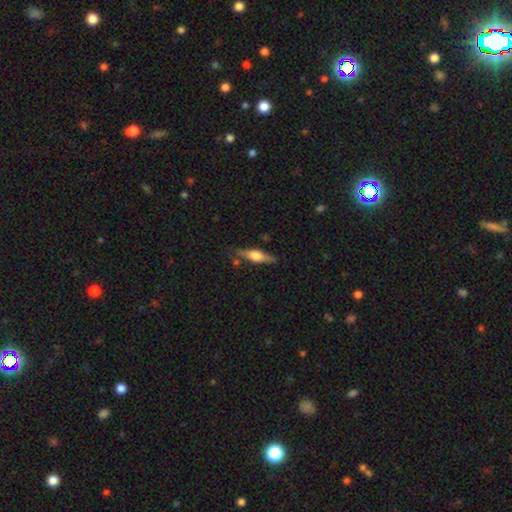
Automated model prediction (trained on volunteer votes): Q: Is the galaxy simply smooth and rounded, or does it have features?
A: featured or disk — 53%.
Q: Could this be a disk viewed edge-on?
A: yes — 91%.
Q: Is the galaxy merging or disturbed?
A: none — 79%.